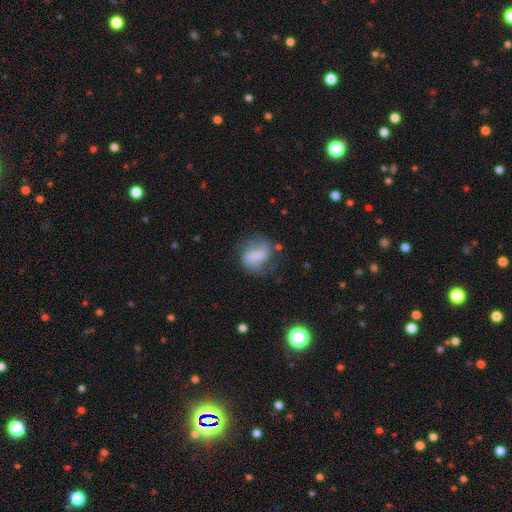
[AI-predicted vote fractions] Smooth or featured? Predicted: smooth (p=0.58). How rounded? Predicted: in between (p=0.65). Merging? Predicted: none (p=0.46).